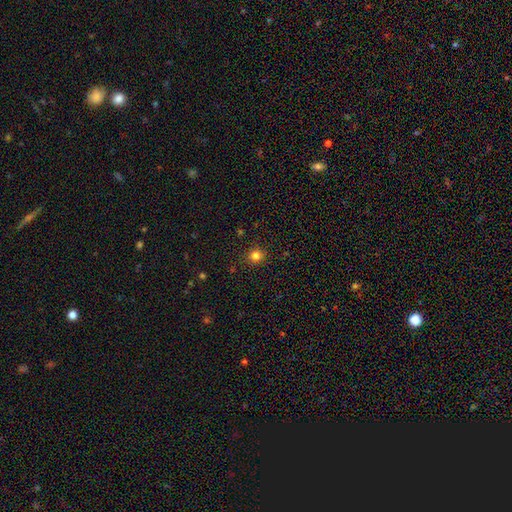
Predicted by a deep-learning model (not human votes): Q: Smooth or featured?
A: smooth (82%); runner-up: star or artifact (14%)
Q: How rounded?
A: round (87%); runner-up: in between (12%)
Q: Merging?
A: none (90%); runner-up: minor disturbance (7%)